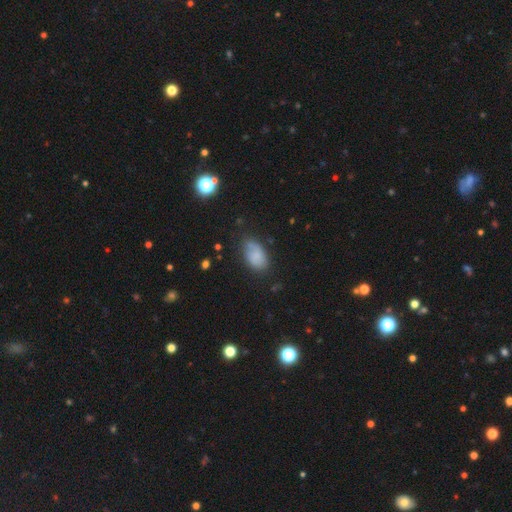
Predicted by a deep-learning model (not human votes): Smooth or featured? Predicted: smooth (p=0.78). How rounded? Predicted: in between (p=0.92). Merging? Predicted: none (p=0.64).